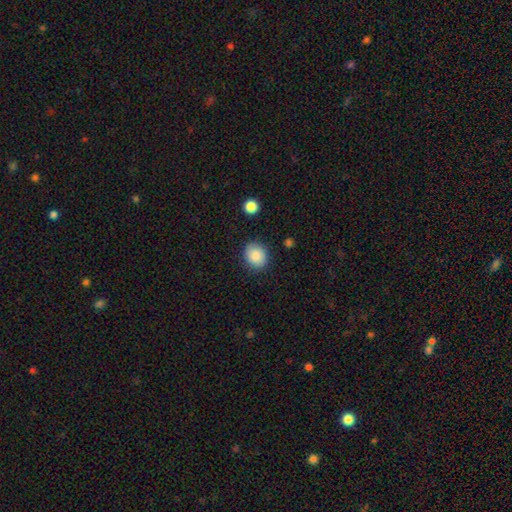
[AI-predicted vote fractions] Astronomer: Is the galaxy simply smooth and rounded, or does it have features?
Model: smooth — 87%.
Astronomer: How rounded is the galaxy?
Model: round — 71%.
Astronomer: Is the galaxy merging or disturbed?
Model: none — 84%.